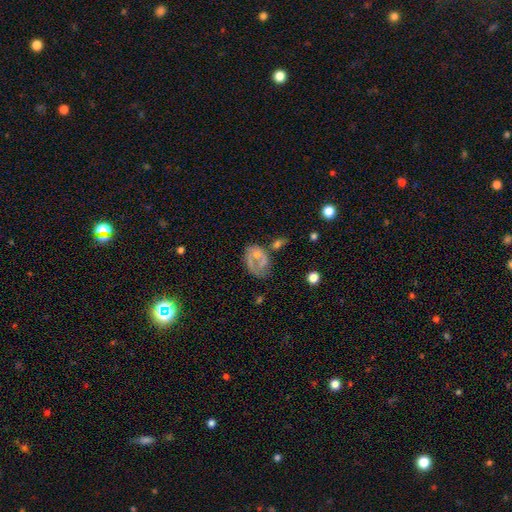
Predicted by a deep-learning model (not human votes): Smooth or featured?
  - featured or disk: 46% *
  - smooth: 44%
  - star or artifact: 10%
Merging?
  - major disturbance: 34% *
  - none: 29%
  - minor disturbance: 22%
  - merger: 15%